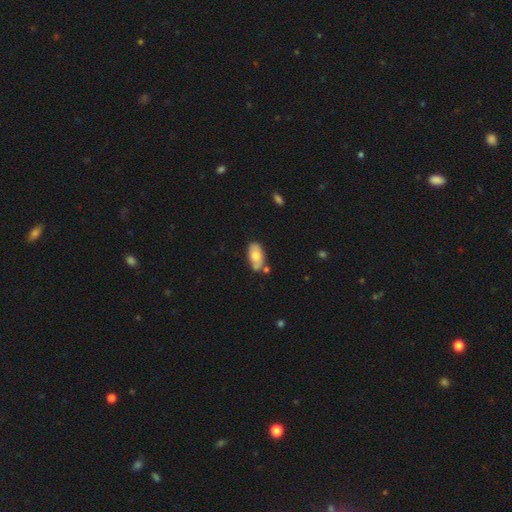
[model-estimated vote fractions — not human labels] Smooth or featured?
  - smooth: 67% *
  - featured or disk: 27%
  - star or artifact: 6%
How rounded?
  - in between: 93% *
  - round: 4%
  - cigar-shaped: 3%
Merging?
  - none: 64% *
  - minor disturbance: 20%
  - merger: 12%
  - major disturbance: 4%